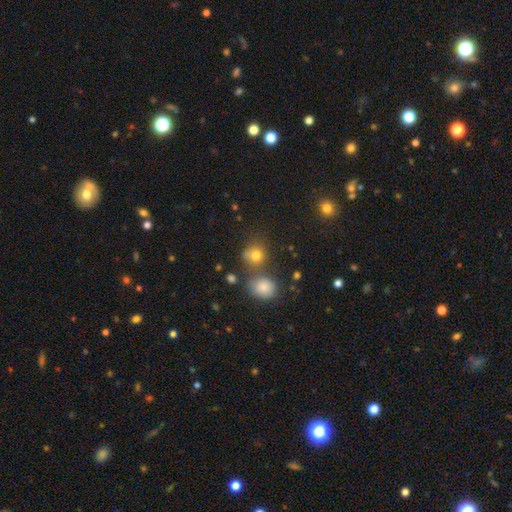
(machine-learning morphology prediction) This is likely a smooth galaxy (76%). How rounded: likely round (78%). Merging: likely none (61%).